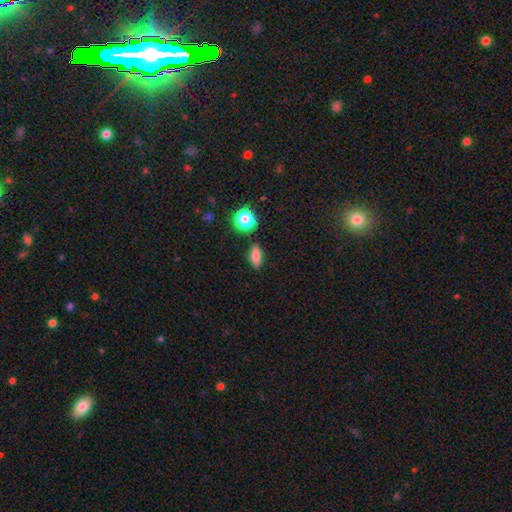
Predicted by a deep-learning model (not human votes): A smooth galaxy with no disk features (81%) that is in between round and cigar-shaped (71%). Merging: none (84%).